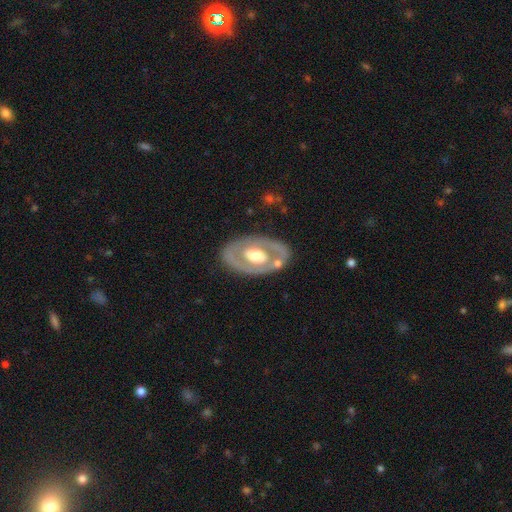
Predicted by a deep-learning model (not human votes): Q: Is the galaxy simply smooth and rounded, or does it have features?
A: featured or disk — 63%.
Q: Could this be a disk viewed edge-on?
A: no — 90%.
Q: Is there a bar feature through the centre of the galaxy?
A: no — 78%.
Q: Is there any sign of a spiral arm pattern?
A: no — 83%.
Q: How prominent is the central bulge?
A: moderate — 61%.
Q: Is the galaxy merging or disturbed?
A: none — 76%.